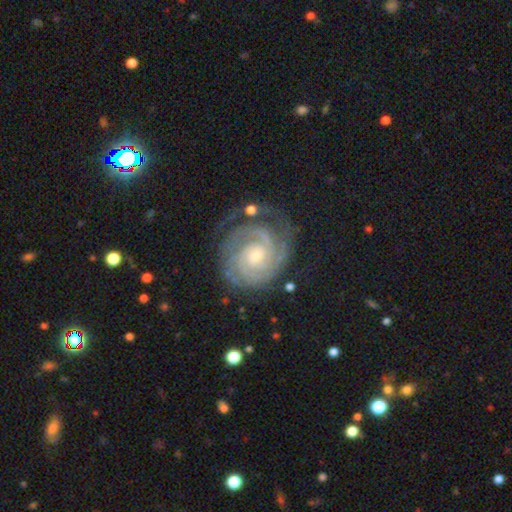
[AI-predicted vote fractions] Smooth or featured? featured or disk (91%)
Edge-on disk? no (98%)
Bar? no (67%)
Spiral arms? yes (98%)
Spiral winding? tight (80%)
Spiral arm count? 2 (42%)
Bulge size? small (59%)
Merging? none (70%)